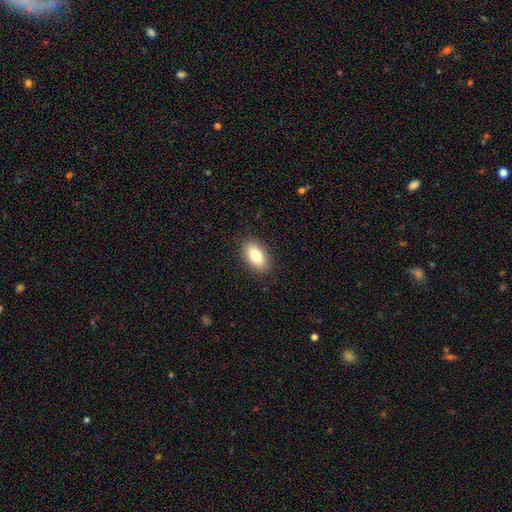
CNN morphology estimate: A smooth galaxy with no disk features (80%) that is in between round and cigar-shaped (91%).

Vote fractions:
- Smooth or featured? smooth: 80% / featured or disk: 12% / star or artifact: 7%
- How rounded? in between: 91% / round: 5% / cigar-shaped: 3%
- Merging? none: 89% / minor disturbance: 8% / major disturbance: 2% / merger: 1%